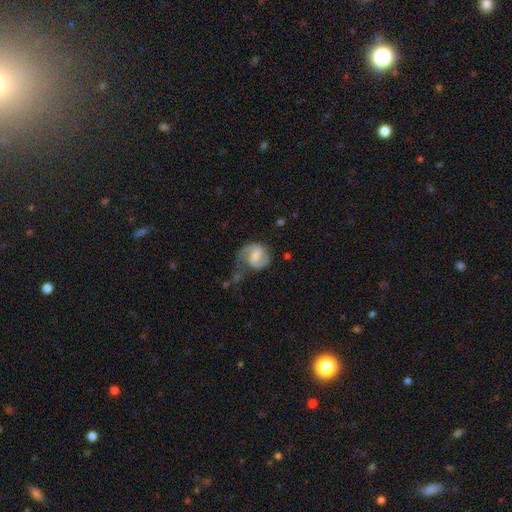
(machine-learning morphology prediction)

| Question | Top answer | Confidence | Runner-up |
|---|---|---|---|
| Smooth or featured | featured or disk | 74% | smooth (21%) |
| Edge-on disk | no | 98% | yes (2%) |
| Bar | weak | 56% | strong (23%) |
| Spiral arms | yes | 93% | no (7%) |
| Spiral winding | medium | 48% | loose (33%) |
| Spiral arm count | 2 | 78% | 1 (14%) |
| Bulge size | moderate | 43% | small (41%) |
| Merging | none | 44% | minor disturbance (26%) |